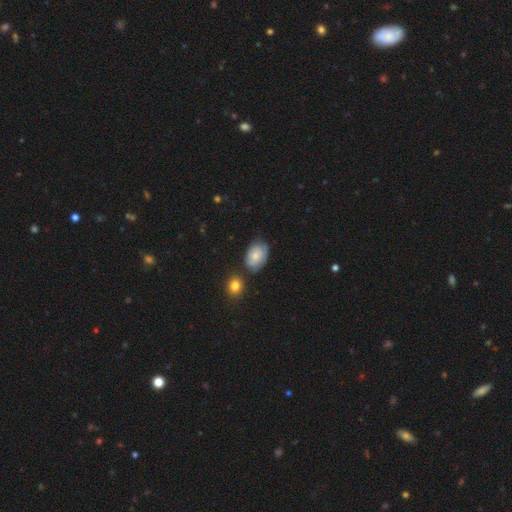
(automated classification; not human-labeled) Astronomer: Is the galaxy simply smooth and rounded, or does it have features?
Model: smooth — 64%.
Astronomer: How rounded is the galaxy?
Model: in between — 81%.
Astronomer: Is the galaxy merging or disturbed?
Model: none — 61%.